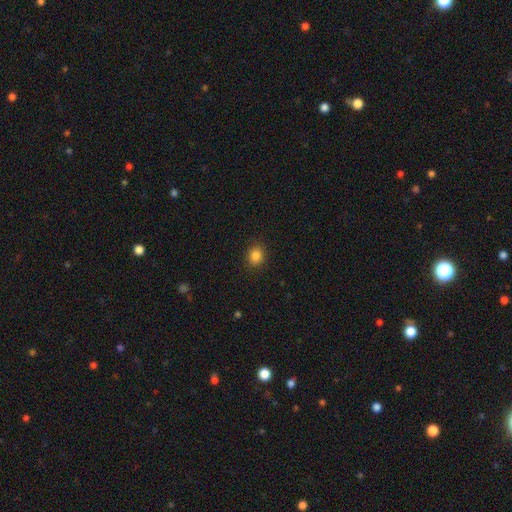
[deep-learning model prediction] Smooth or featured? Predicted: smooth (p=0.85). How rounded? Predicted: round (p=0.76). Merging? Predicted: none (p=0.89).